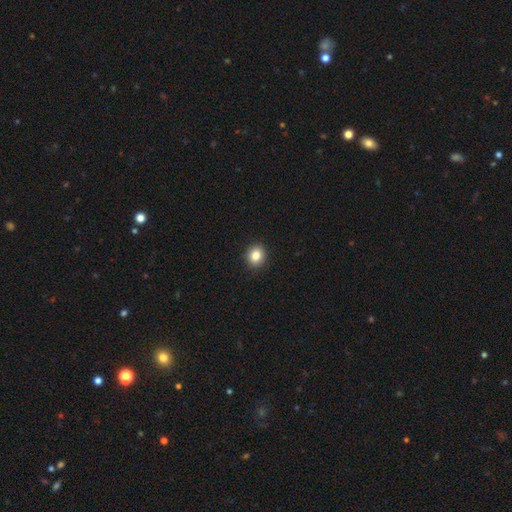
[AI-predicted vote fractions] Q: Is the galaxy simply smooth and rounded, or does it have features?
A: smooth — 83%.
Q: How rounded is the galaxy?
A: round — 79%.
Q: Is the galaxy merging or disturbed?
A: none — 92%.